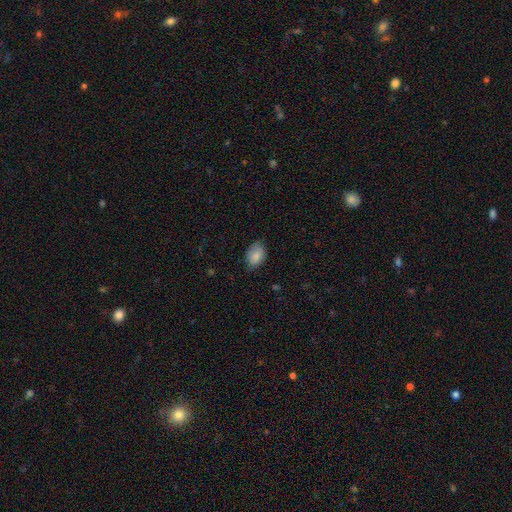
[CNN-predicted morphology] Overall: smooth (86%). How rounded: in between (85%). Merging: none (72%).